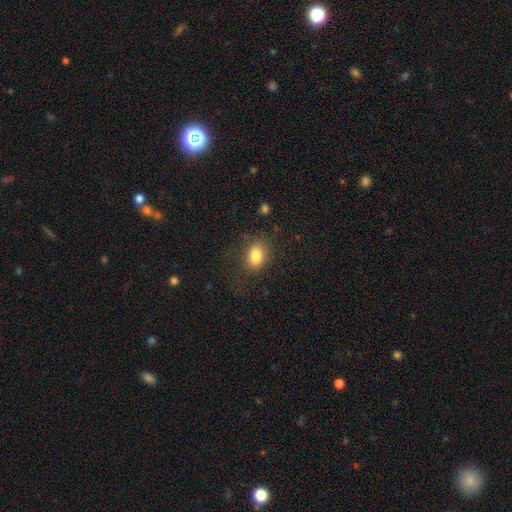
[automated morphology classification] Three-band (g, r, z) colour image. It shows a smooth galaxy with no disk features (84%) that is in between round and cigar-shaped (78%). Merging: none (75%).